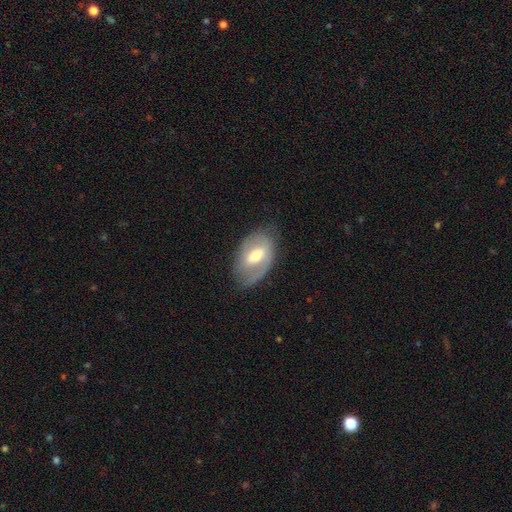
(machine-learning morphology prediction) Q: Smooth or featured?
A: featured or disk (58%); runner-up: smooth (36%)
Q: Edge-on disk?
A: no (92%); runner-up: yes (8%)
Q: Bar?
A: weak (49%); runner-up: strong (29%)
Q: Spiral arms?
A: yes (60%); runner-up: no (40%)
Q: Bulge size?
A: moderate (66%); runner-up: small (21%)
Q: Merging?
A: none (67%); runner-up: minor disturbance (23%)